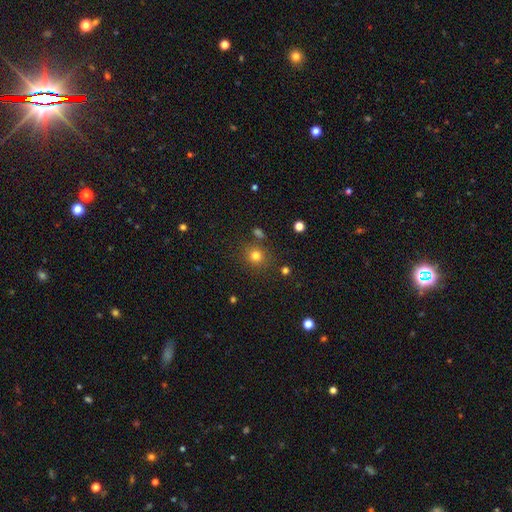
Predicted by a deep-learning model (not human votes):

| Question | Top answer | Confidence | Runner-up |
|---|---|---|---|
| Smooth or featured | smooth | 78% | star or artifact (16%) |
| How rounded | round | 87% | in between (12%) |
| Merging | none | 82% | minor disturbance (9%) |